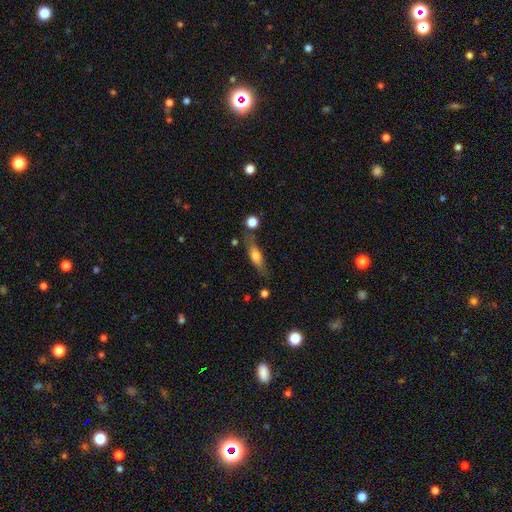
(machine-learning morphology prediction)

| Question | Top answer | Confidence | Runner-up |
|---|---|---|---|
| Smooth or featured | smooth | 61% | featured or disk (32%) |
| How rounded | cigar-shaped | 53% | in between (44%) |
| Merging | none | 64% | minor disturbance (20%) |